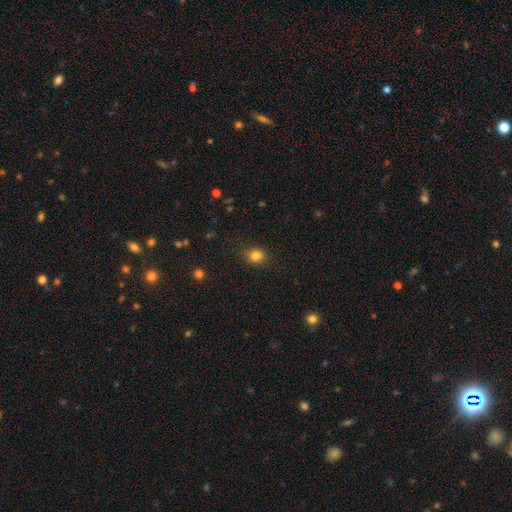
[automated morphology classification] This appears to be a smooth galaxy with no disk features (83%) that is round (65%). Merging: none (85%).